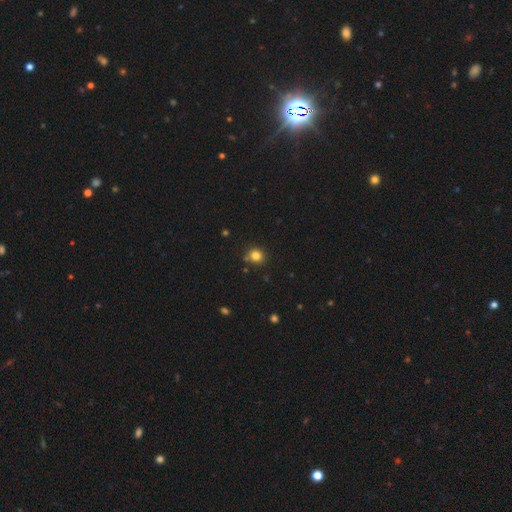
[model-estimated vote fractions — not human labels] The model was most divided on "smooth or featured": smooth: 82%, star or artifact: 13%, featured or disk: 5%. More confident: how rounded — round (86%); merging — none (81%).